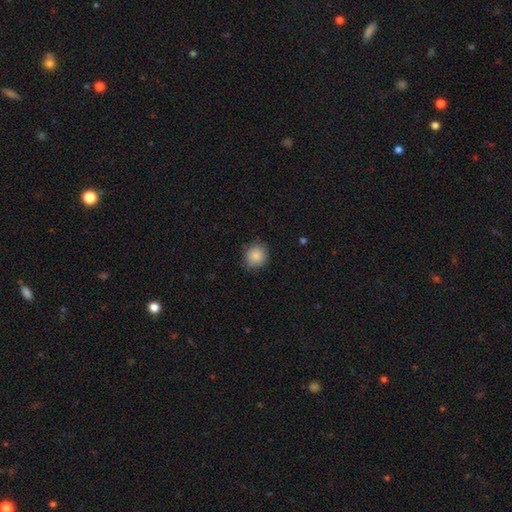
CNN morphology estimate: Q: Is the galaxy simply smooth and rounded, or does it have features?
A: smooth — 86%.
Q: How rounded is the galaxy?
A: round — 83%.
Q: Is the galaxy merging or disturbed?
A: none — 83%.